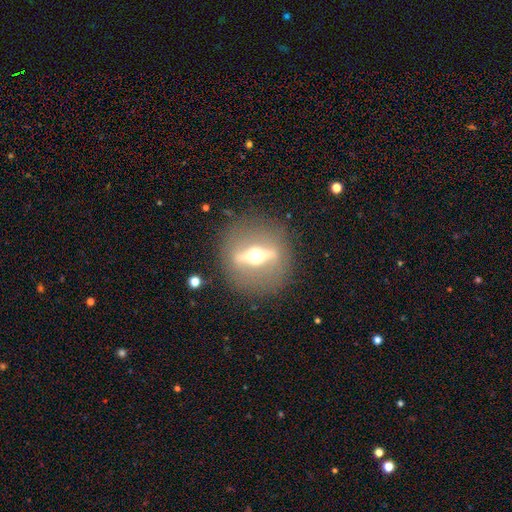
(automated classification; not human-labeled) This is clearly a featured or disk galaxy (81%). It is likely viewed edge-on (64%). Edge-on bulge: clearly rounded (95%). Merging: clearly none (85%).